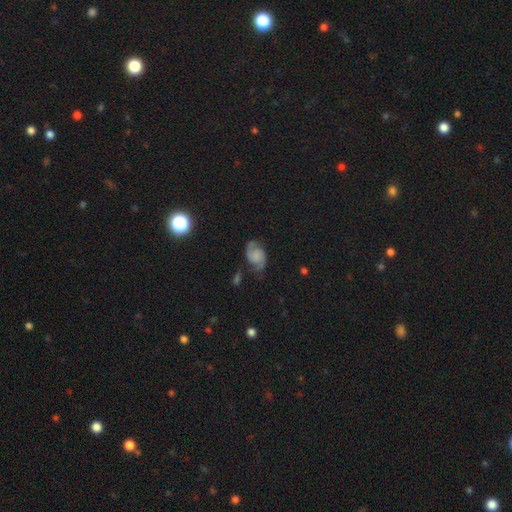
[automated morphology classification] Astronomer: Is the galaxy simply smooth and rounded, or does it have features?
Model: featured or disk — 72%.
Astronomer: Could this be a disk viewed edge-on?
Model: no — 98%.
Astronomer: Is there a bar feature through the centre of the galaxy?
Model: no — 64%.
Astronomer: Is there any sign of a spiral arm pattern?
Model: yes — 94%.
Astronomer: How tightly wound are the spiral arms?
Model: medium — 47% (runner-up: loose, 33%).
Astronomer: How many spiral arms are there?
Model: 2 — 90%.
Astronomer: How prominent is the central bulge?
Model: none — 56%.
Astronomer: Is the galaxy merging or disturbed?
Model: none — 62%.